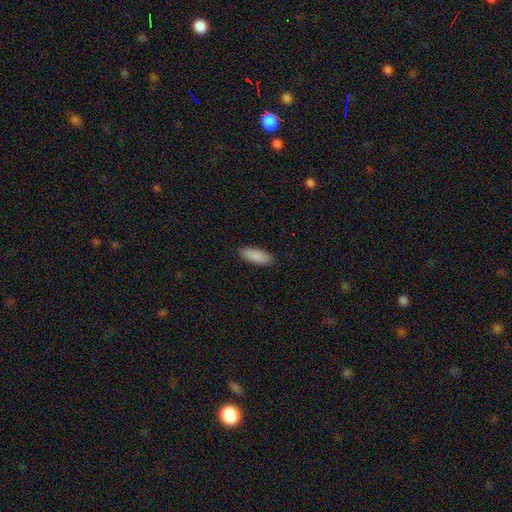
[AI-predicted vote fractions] Morphology: type=smooth (90%); roundness=in between (75%); merging=none (88%).